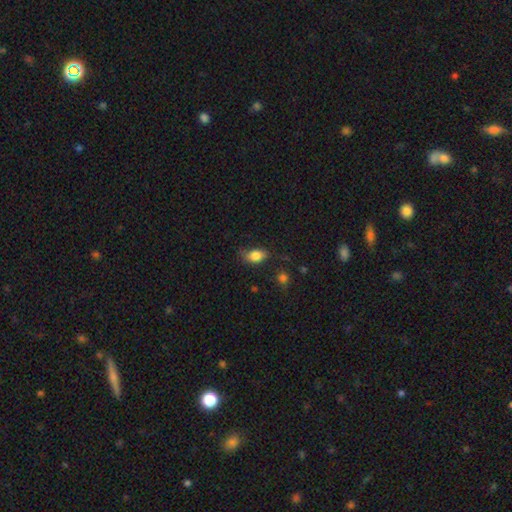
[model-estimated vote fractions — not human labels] This appears to be a smooth galaxy with no disk features (84%) that is in between round and cigar-shaped (85%). Merging: none (62%).